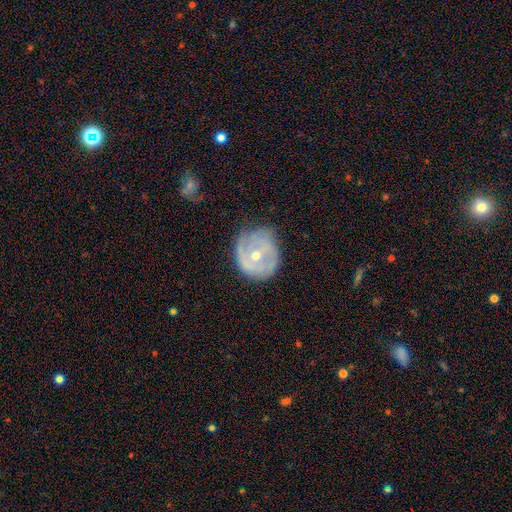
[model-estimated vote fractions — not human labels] Overall: featured or disk (69%). Edge-on disk: no (96%). Bar: no (55%; weak 32%). Spiral arms: yes (74%). Bulge size: moderate (49%; small 48%). Merging: none (57%; minor disturbance 30%).